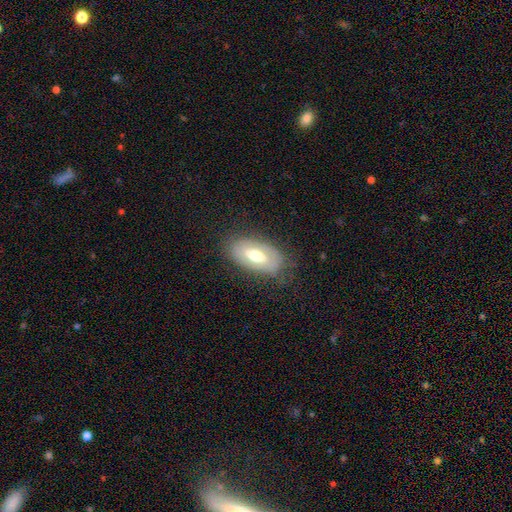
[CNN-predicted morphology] A smooth galaxy with no disk features (49%).

Vote fractions:
- Smooth or featured? smooth: 49% / featured or disk: 45% / star or artifact: 7%
- Merging? none: 77% / minor disturbance: 16% / major disturbance: 6% / merger: 1%